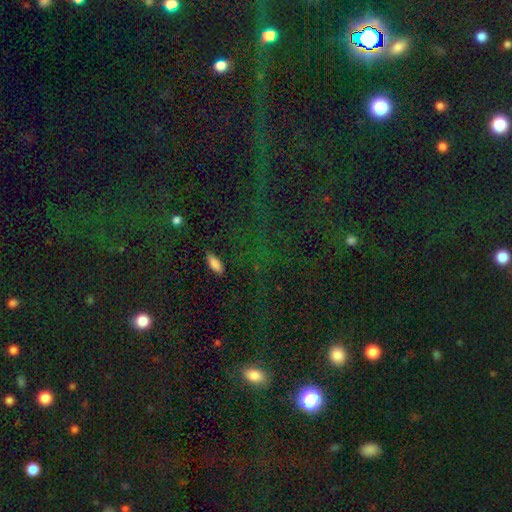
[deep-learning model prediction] The model was most divided on "smooth or featured": star or artifact: 72%, smooth: 19%, featured or disk: 9%.